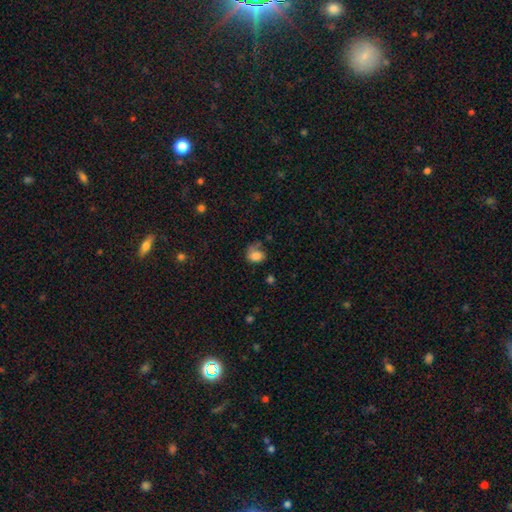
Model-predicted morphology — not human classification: Overall: smooth (77%). How rounded: in between (61%; round 38%). Merging: none (38%; minor disturbance 29%).